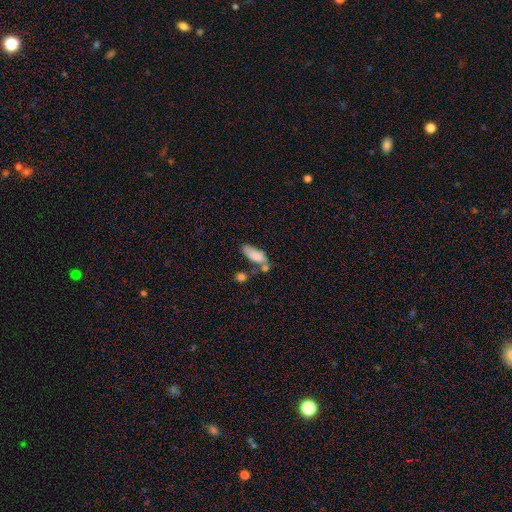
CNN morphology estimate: Smooth or featured? Predicted: smooth (p=0.78). How rounded? Predicted: in between (p=0.78). Merging? Predicted: none (p=0.39).